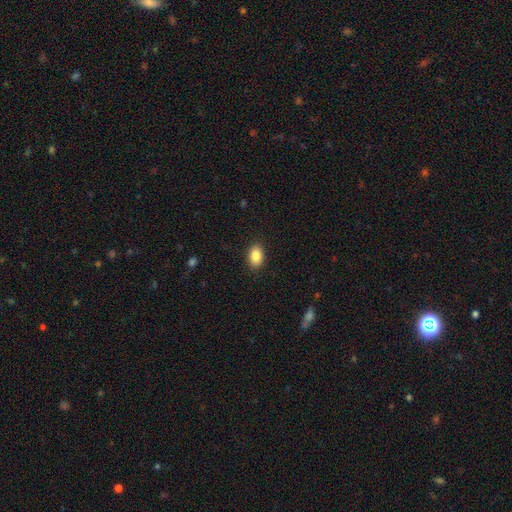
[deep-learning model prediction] smooth 86%, star or artifact 8%, featured or disk 6%. Down the decision tree: how rounded — in between (84%); merging — none (89%).